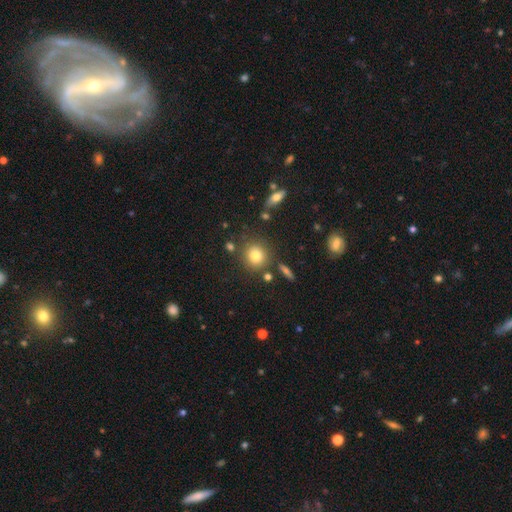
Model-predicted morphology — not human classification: smooth_or_featured: smooth (p=0.79) [alt: star or artifact p=0.12]
how_rounded: round (p=0.87) [alt: in between p=0.12]
merging: none (p=0.81) [alt: minor disturbance p=0.09]